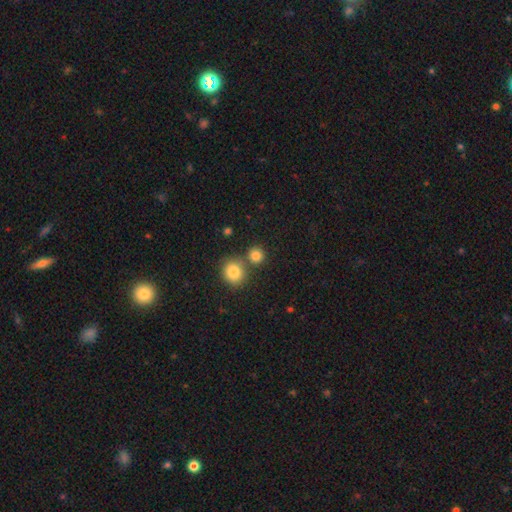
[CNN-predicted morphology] This appears to be a smooth galaxy with no disk features (83%) that is round (89%). Merging: none (67%).